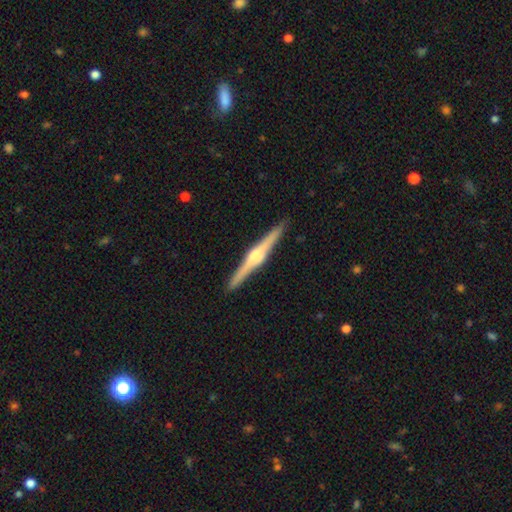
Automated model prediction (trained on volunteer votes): A featured or disk galaxy (84%) viewed edge-on (99%) with a rounded central bulge (86%). Merging: none (92%).